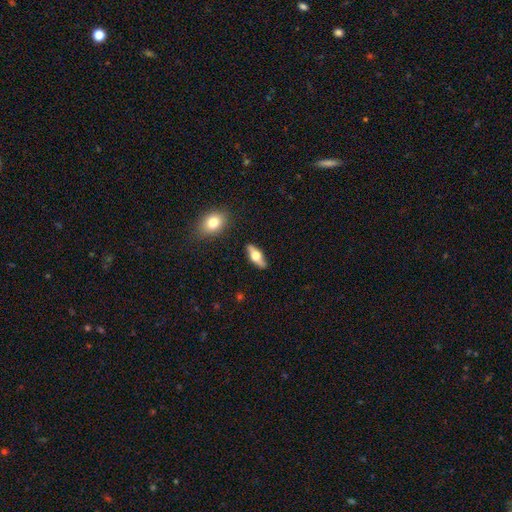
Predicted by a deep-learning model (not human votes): Smooth or featured? smooth (48%)
Merging? none (87%)